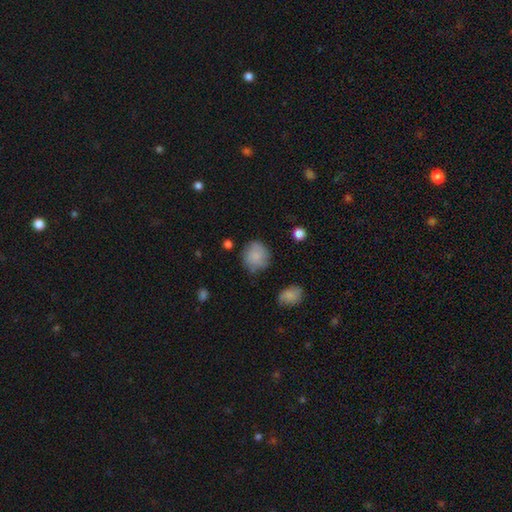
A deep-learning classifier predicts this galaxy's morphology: Smooth or featured: smooth — 83% (featured or disk — 9%)
How rounded: round — 84% (in between — 15%)
Merging: none — 72% (minor disturbance — 20%)